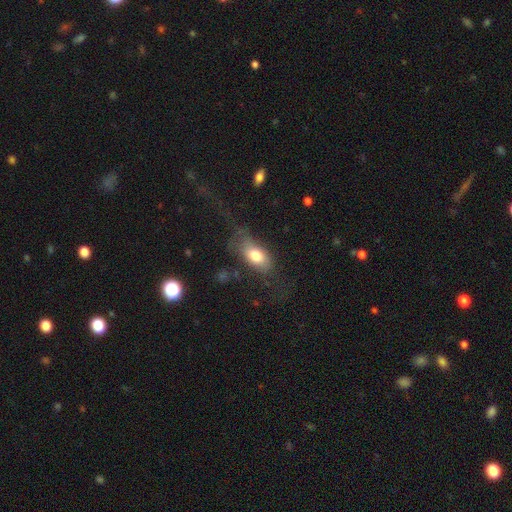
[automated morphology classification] A smooth galaxy with no disk features (73%) that is in between round and cigar-shaped (89%).

Vote fractions:
- Smooth or featured? smooth: 73% / featured or disk: 19% / star or artifact: 8%
- How rounded? in between: 89% / round: 6% / cigar-shaped: 5%
- Merging? none: 47% / major disturbance: 27% / minor disturbance: 24% / merger: 2%